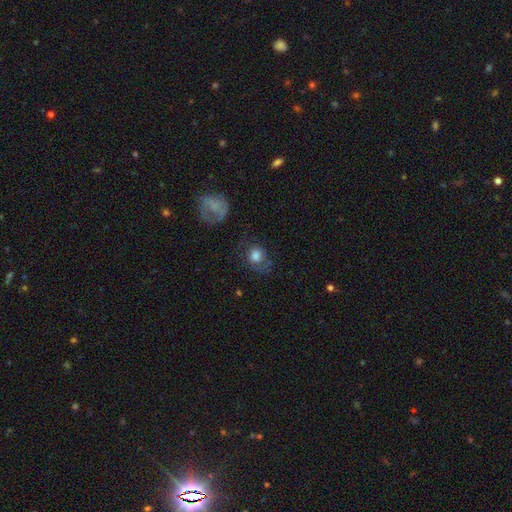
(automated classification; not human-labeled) smooth_or_featured: smooth (p=0.75) [alt: featured or disk p=0.15]
how_rounded: round (p=0.75) [alt: in between p=0.24]
merging: none (p=0.58) [alt: minor disturbance p=0.23]